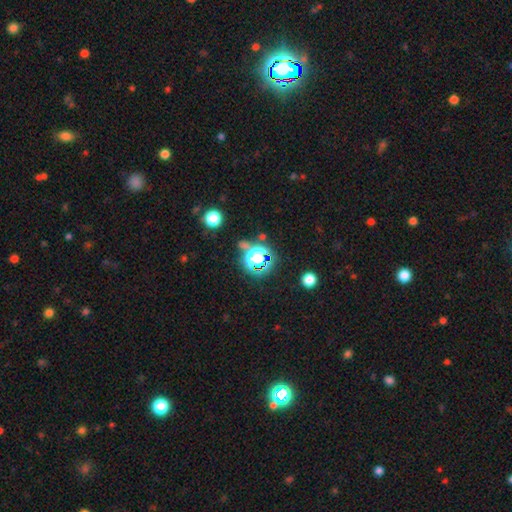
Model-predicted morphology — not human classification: The model was most divided on "smooth or featured": star or artifact: 49%, smooth: 38%, featured or disk: 13%.